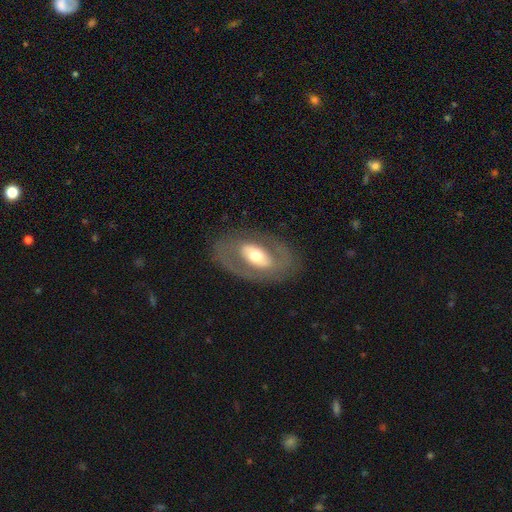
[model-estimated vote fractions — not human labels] A featured or disk galaxy (65%) with no bar (44%), no spiral arms (55%) and a moderate central bulge (60%). Merging: none (77%).